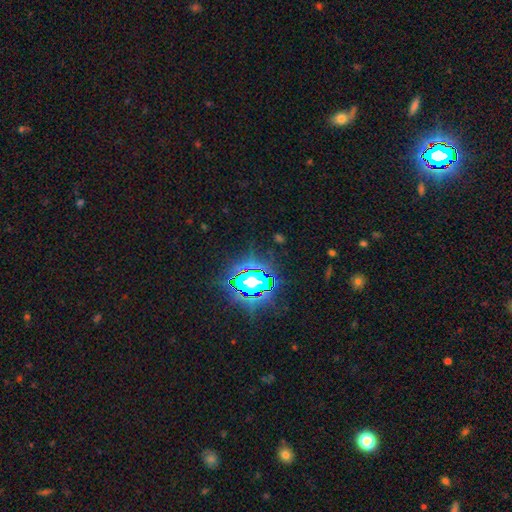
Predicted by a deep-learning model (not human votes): smooth_or_featured: star or artifact (p=0.83) [alt: smooth p=0.11]